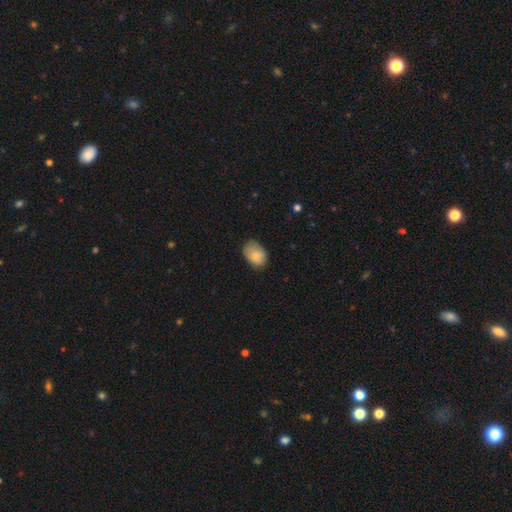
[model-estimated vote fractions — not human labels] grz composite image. It shows a smooth galaxy with no disk features (84%) that is in between round and cigar-shaped (78%). Merging: none (64%).